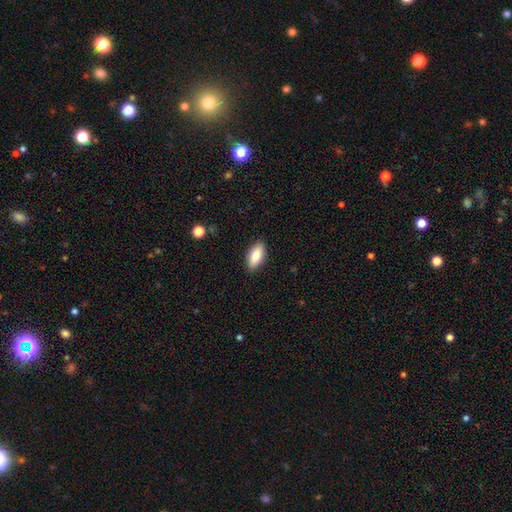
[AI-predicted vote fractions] Smooth or featured? smooth (83%)
How rounded? in between (88%)
Merging? none (88%)